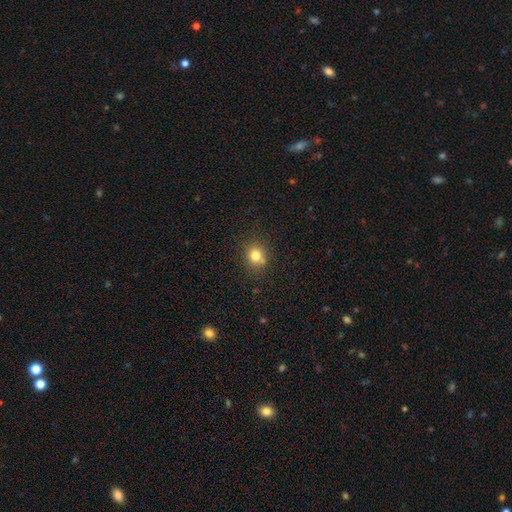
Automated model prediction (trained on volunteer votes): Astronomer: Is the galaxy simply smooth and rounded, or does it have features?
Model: smooth — 79%.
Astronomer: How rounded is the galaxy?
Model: round — 82%.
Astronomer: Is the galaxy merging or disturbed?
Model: none — 75%.